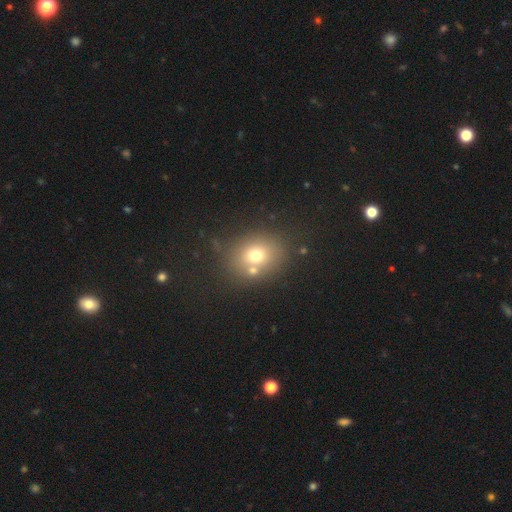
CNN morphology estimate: type=smooth (70%); roundness=round (61%); merging=none (67%).